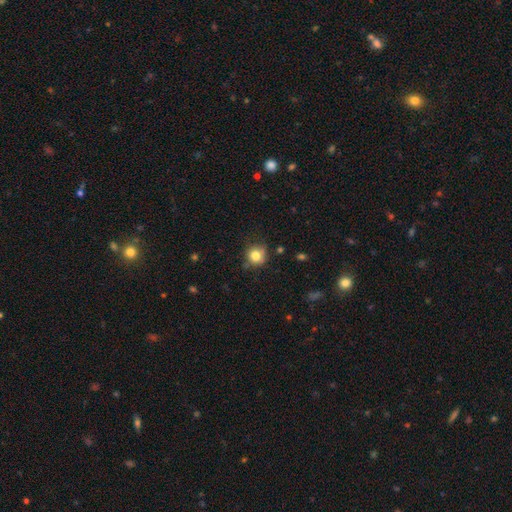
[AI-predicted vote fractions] Q: Smooth or featured?
A: smooth (80%); runner-up: star or artifact (11%)
Q: How rounded?
A: round (89%); runner-up: in between (10%)
Q: Merging?
A: none (72%); runner-up: minor disturbance (20%)